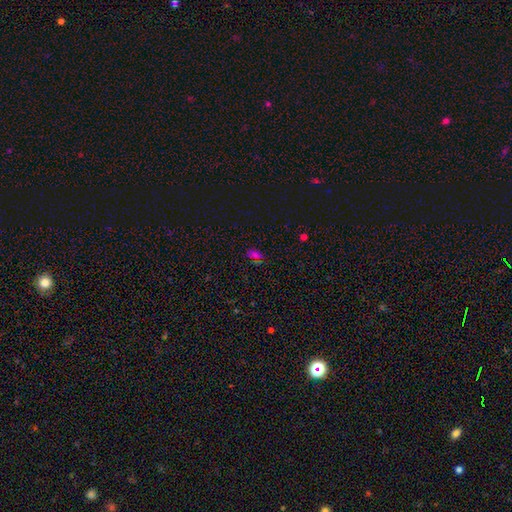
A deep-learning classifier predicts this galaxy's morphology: Smooth or featured: smooth — 51% (star or artifact — 41%)
How rounded: in between — 81% (round — 15%)
Merging: none — 75% (minor disturbance — 15%)